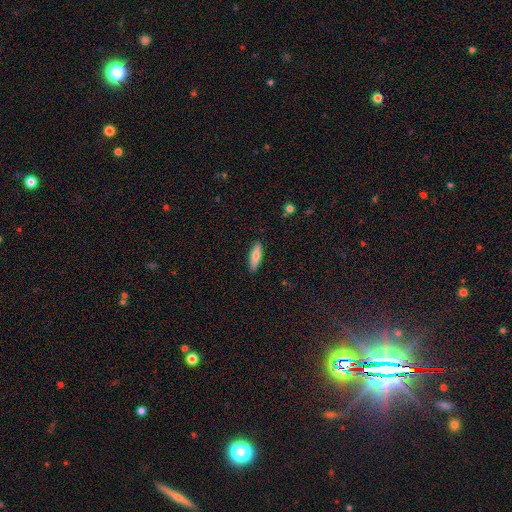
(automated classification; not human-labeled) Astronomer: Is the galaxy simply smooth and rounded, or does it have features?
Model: smooth — 77%.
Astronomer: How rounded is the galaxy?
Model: cigar-shaped — 62%.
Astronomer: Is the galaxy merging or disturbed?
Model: none — 88%.